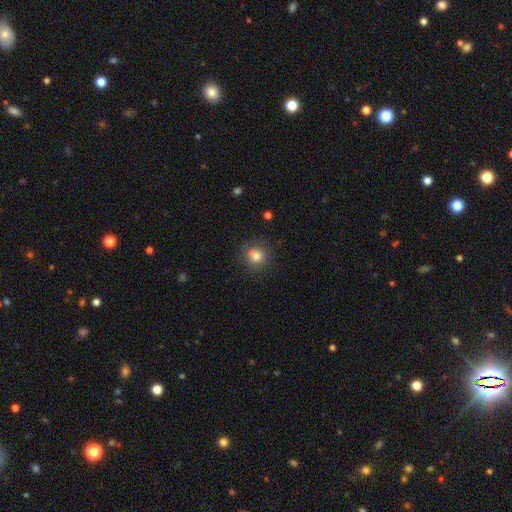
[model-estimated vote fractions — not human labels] smooth-or-featured: smooth: 77% | star or artifact: 12% | featured or disk: 11%
  how-rounded: round: 83% | in between: 16% | cigar-shaped: 1%
  merging: none: 71% | minor disturbance: 14% | merger: 11% | major disturbance: 4%